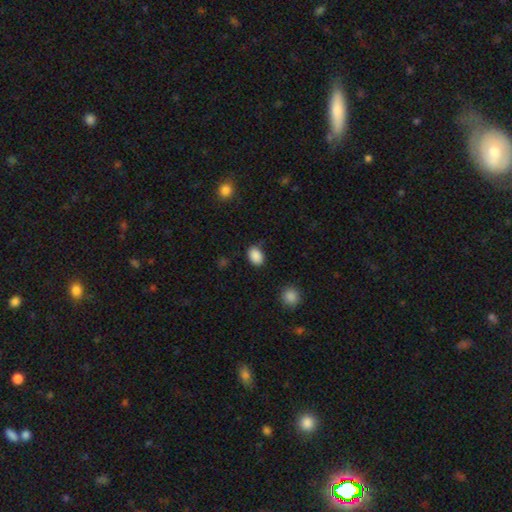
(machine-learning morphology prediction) type=smooth (88%); roundness=in between (74%); merging=none (79%).